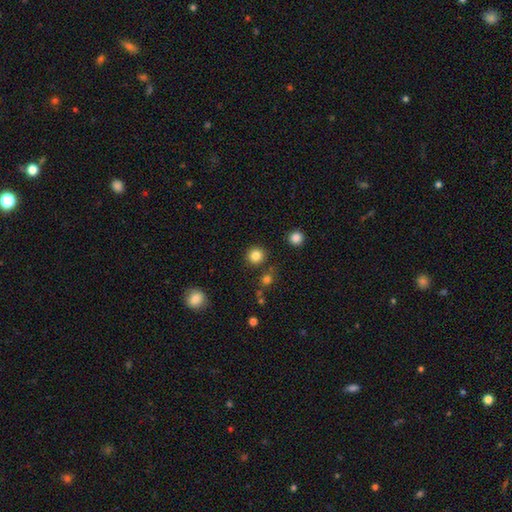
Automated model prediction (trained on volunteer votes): A smooth galaxy with no disk features (84%) that is round (92%). Merging: none (87%).